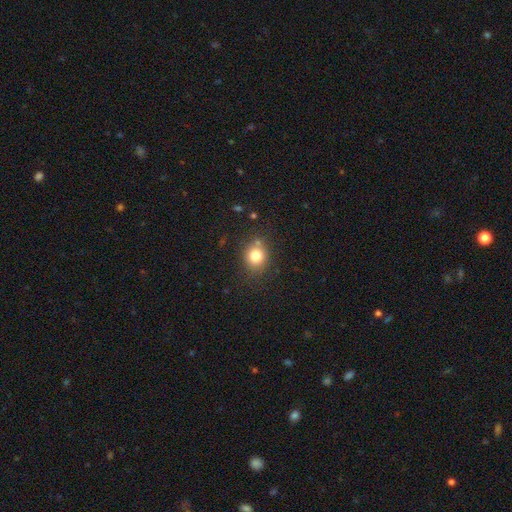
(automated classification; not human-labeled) A smooth galaxy with no disk features (79%) that is round (71%). Merging: none (76%).